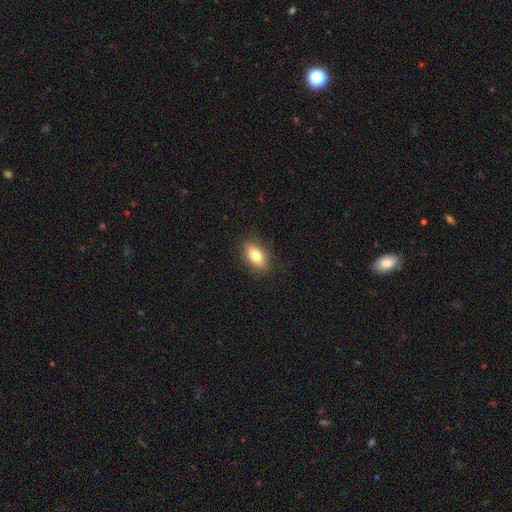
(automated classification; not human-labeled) This appears to be a smooth galaxy with no disk features (80%) that is in between round and cigar-shaped (86%). Merging: none (88%).